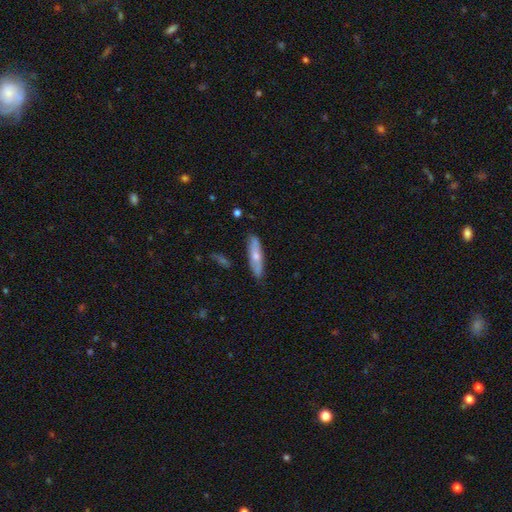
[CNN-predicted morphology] Smooth or featured? smooth (52%)
How rounded? cigar-shaped (70%)
Merging? none (85%)